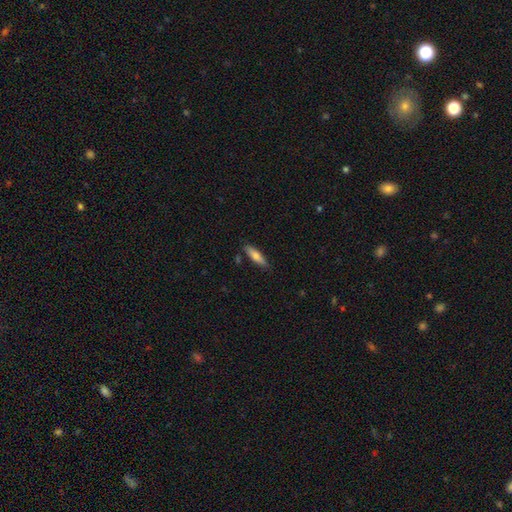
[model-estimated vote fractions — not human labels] Smooth or featured?
  - smooth: 73% *
  - featured or disk: 21%
  - star or artifact: 6%
How rounded?
  - cigar-shaped: 60% *
  - in between: 38%
  - round: 2%
Merging?
  - none: 83% *
  - minor disturbance: 12%
  - merger: 3%
  - major disturbance: 2%